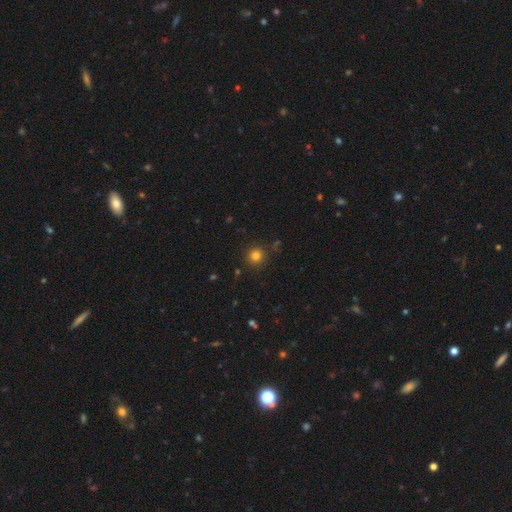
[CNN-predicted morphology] Smooth or featured? smooth (79%)
How rounded? round (94%)
Merging? none (87%)